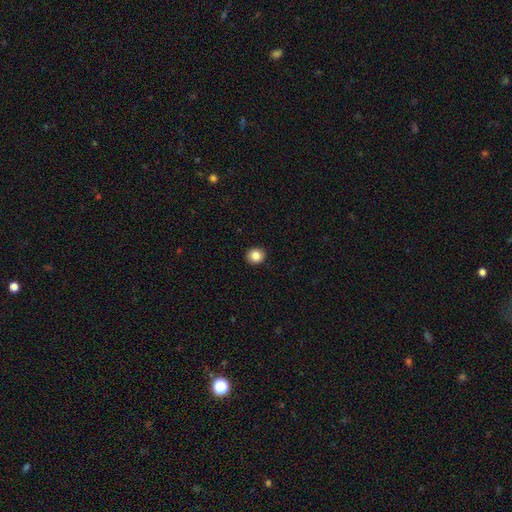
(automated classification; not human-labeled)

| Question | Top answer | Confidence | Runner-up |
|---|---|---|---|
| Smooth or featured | smooth | 85% | star or artifact (9%) |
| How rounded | round | 86% | in between (13%) |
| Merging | none | 92% | minor disturbance (5%) |